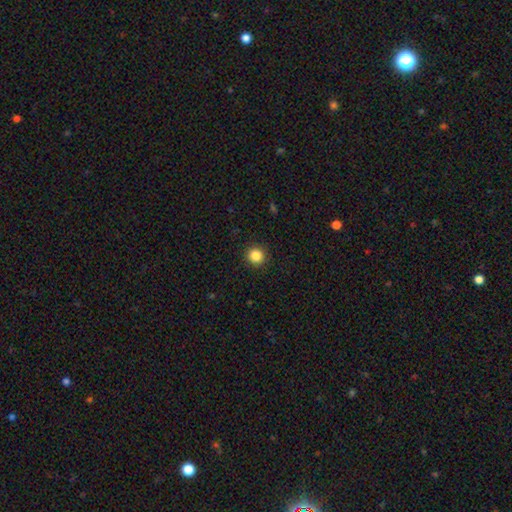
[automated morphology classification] Smooth or featured? smooth (86%)
How rounded? round (93%)
Merging? none (92%)